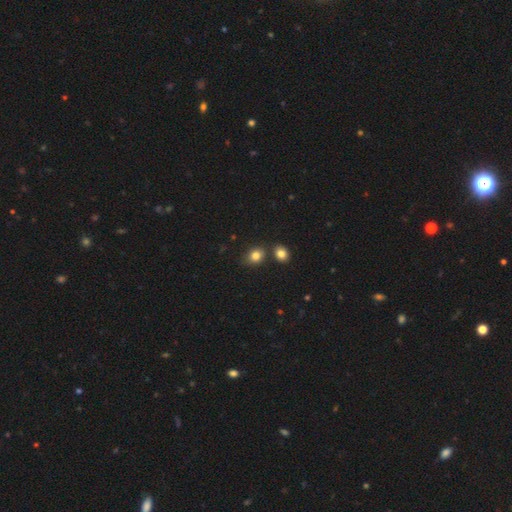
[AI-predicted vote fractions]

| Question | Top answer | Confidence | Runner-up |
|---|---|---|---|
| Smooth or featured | smooth | 82% | star or artifact (11%) |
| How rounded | in between | 52% | round (47%) |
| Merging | none | 70% | merger (15%) |